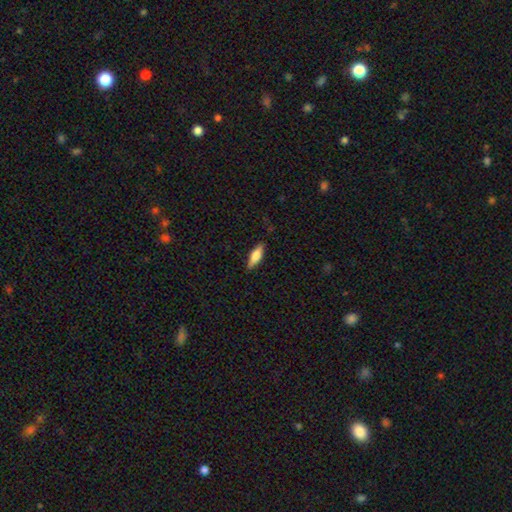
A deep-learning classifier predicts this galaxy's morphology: A smooth galaxy with no disk features (66%) that is cigar-shaped (50%). Merging: none (86%).